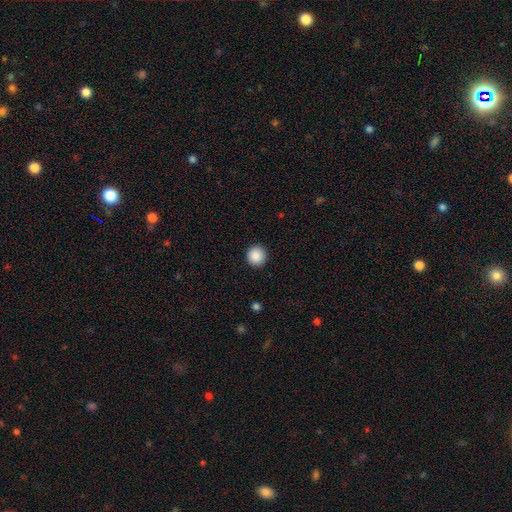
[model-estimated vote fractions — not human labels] Morphology: type=smooth (89%); roundness=round (95%); merging=none (92%).